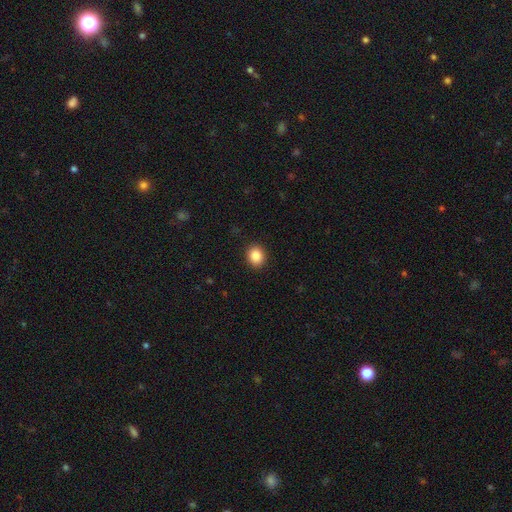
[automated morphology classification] type=smooth (87%); roundness=round (66%); merging=none (91%).